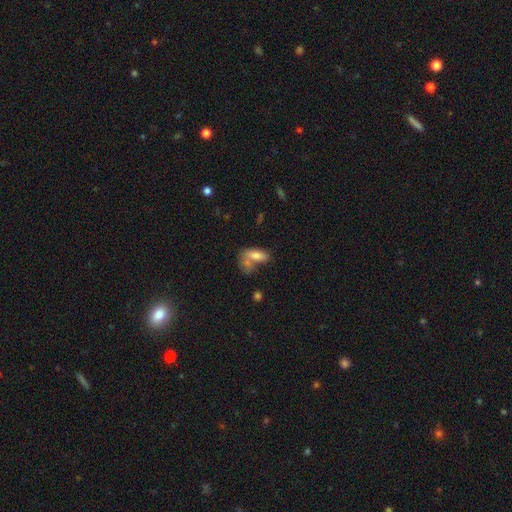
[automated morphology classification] Q: Smooth or featured?
A: smooth (75%); runner-up: featured or disk (16%)
Q: How rounded?
A: in between (78%); runner-up: cigar-shaped (17%)
Q: Merging?
A: merger (40%); runner-up: none (36%)